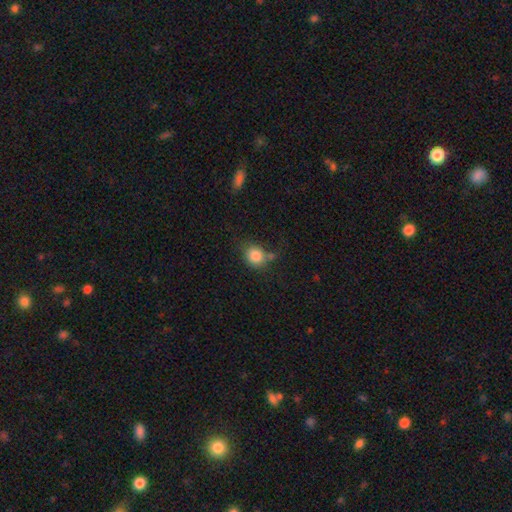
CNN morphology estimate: Q: Smooth or featured?
A: smooth (83%); runner-up: star or artifact (10%)
Q: How rounded?
A: round (77%); runner-up: in between (22%)
Q: Merging?
A: none (61%); runner-up: minor disturbance (20%)